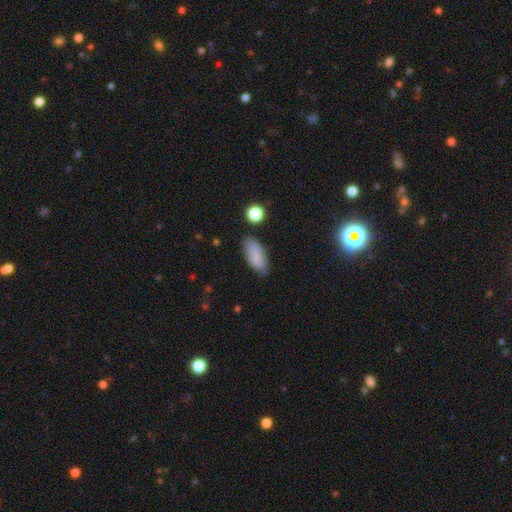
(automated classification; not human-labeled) Smooth or featured?
  - smooth: 86% *
  - star or artifact: 8%
  - featured or disk: 7%
How rounded?
  - in between: 85% *
  - cigar-shaped: 12%
  - round: 2%
Merging?
  - none: 75% *
  - minor disturbance: 19%
  - major disturbance: 4%
  - merger: 2%